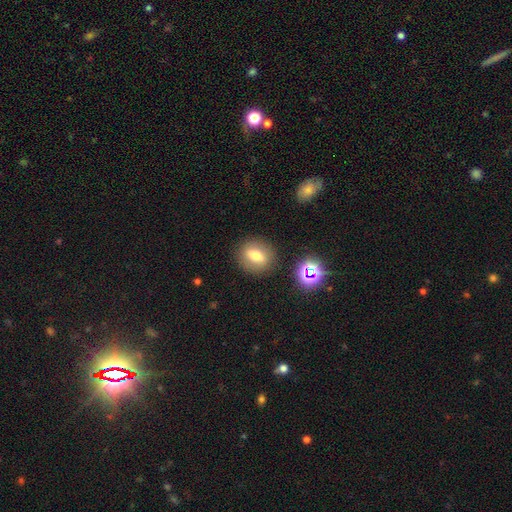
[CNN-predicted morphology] Q: Smooth or featured?
A: smooth (64%); runner-up: featured or disk (24%)
Q: How rounded?
A: round (54%); runner-up: in between (43%)
Q: Merging?
A: none (86%); runner-up: minor disturbance (9%)